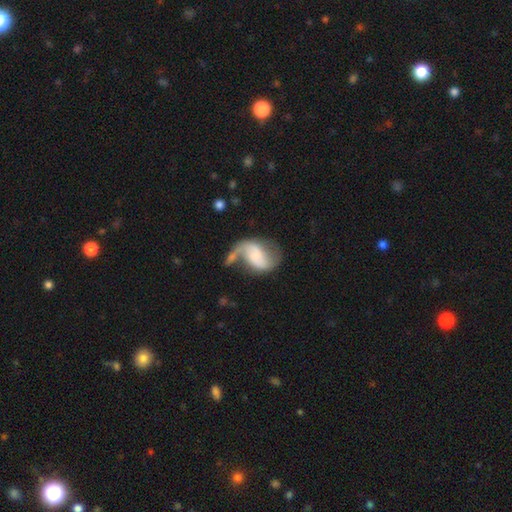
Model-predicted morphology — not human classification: Q: Smooth or featured?
A: featured or disk (76%); runner-up: smooth (18%)
Q: Edge-on disk?
A: no (97%); runner-up: yes (3%)
Q: Bar?
A: no (48%); runner-up: weak (37%)
Q: Spiral arms?
A: yes (92%); runner-up: no (8%)
Q: Spiral winding?
A: loose (66%); runner-up: medium (27%)
Q: Spiral arm count?
A: 2 (81%); runner-up: 1 (13%)
Q: Bulge size?
A: small (47%); runner-up: moderate (25%)
Q: Merging?
A: none (40%); runner-up: major disturbance (24%)